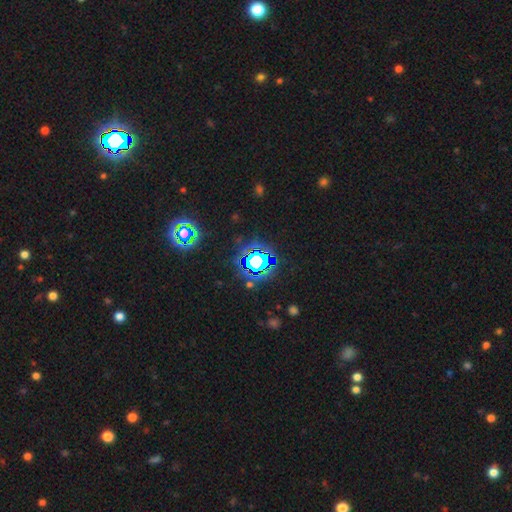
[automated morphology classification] smooth_or_featured: star or artifact (p=0.74) [alt: smooth p=0.16]